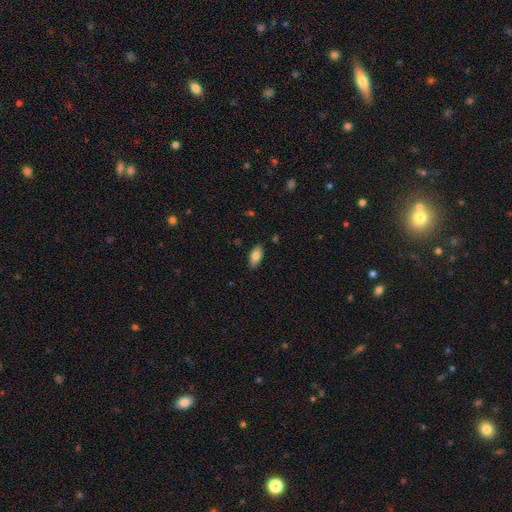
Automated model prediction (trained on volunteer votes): smooth_or_featured: smooth (p=0.82) [alt: featured or disk p=0.11]
how_rounded: in between (p=0.89) [alt: cigar-shaped p=0.08]
merging: none (p=0.87) [alt: minor disturbance p=0.10]